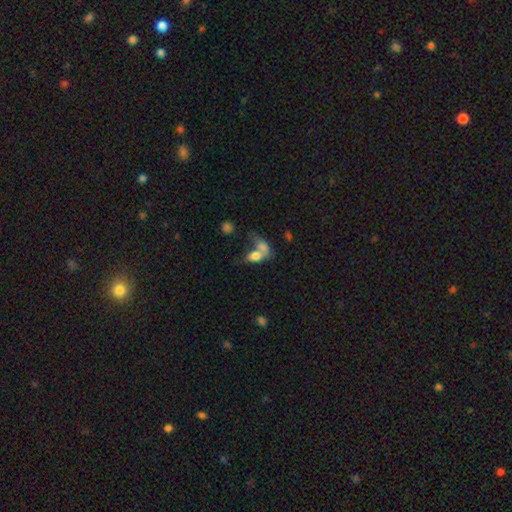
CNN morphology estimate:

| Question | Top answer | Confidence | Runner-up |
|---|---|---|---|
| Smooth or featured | smooth | 69% | featured or disk (21%) |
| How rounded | in between | 84% | round (11%) |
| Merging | merger | 65% | none (17%) |